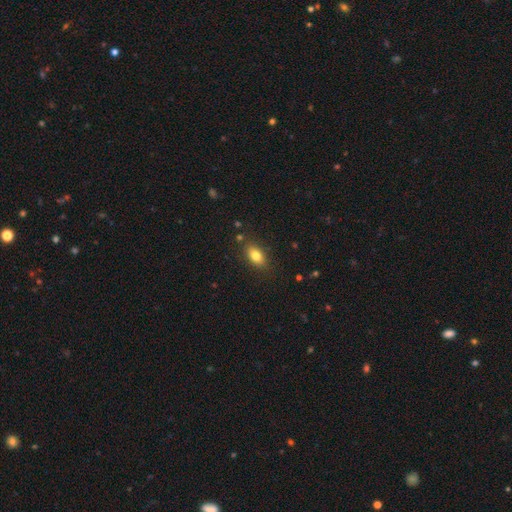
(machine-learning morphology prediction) A smooth galaxy with no disk features (81%) that is in between round and cigar-shaped (86%).

Vote fractions:
- Smooth or featured? smooth: 81% / featured or disk: 10% / star or artifact: 9%
- How rounded? in between: 86% / round: 11% / cigar-shaped: 4%
- Merging? none: 84% / minor disturbance: 11% / major disturbance: 3% / merger: 2%